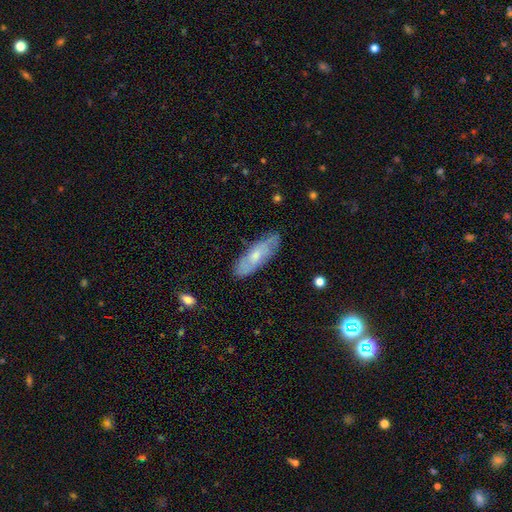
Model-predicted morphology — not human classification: A featured or disk galaxy (47%).

Vote fractions:
- Smooth or featured? featured or disk: 47% / smooth: 46% / star or artifact: 7%
- Merging? none: 78% / minor disturbance: 17% / major disturbance: 3% / merger: 1%